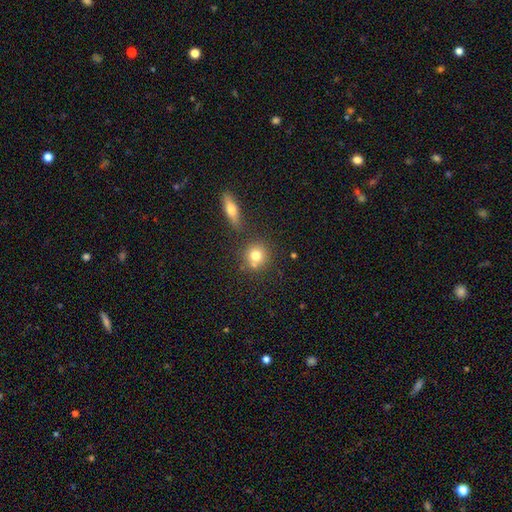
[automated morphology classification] Q: Smooth or featured?
A: smooth (76%); runner-up: featured or disk (13%)
Q: How rounded?
A: round (88%); runner-up: in between (10%)
Q: Merging?
A: none (69%); runner-up: merger (18%)